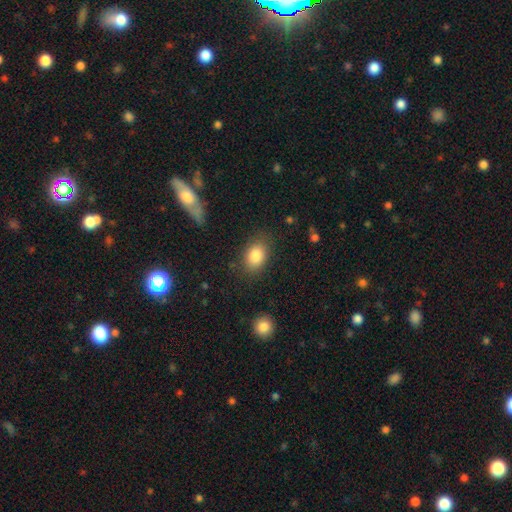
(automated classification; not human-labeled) Smooth or featured: smooth — 85% (star or artifact — 8%)
How rounded: in between — 77% (round — 22%)
Merging: none — 81% (minor disturbance — 13%)